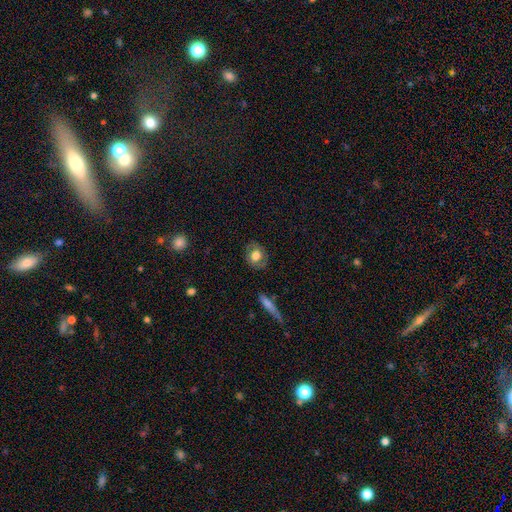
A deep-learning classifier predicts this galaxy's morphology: A smooth galaxy with no disk features (63%) that is round (62%).

Vote fractions:
- Smooth or featured? smooth: 63% / featured or disk: 30% / star or artifact: 8%
- How rounded? round: 62% / in between: 36% / cigar-shaped: 2%
- Merging? none: 82% / minor disturbance: 13% / major disturbance: 4% / merger: 1%